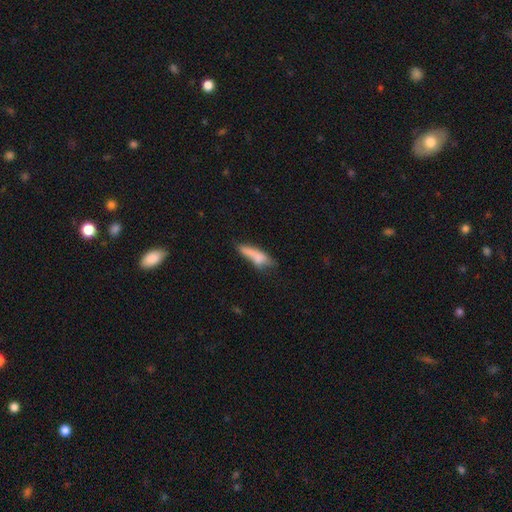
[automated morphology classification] This appears to be a smooth galaxy with no disk features (71%) that is cigar-shaped (63%). Merging: none (43%).